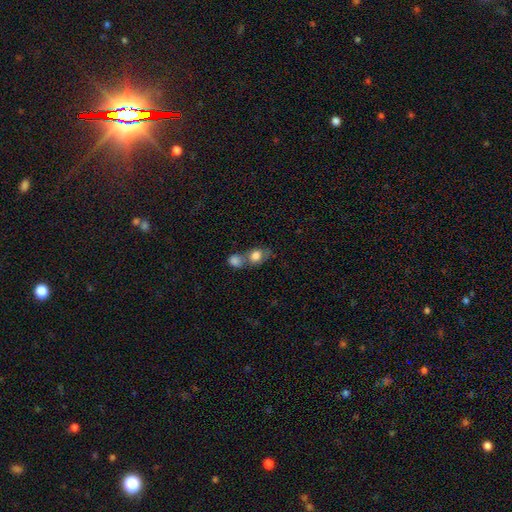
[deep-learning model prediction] Morphology: type=smooth (79%); roundness=in between (52%); merging=merger (53%).